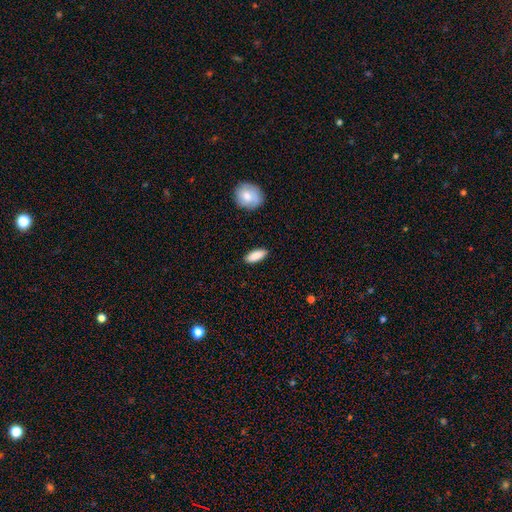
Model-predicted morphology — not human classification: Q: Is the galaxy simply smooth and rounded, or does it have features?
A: smooth — 88%.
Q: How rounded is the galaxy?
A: in between — 71%.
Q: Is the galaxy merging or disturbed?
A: none — 88%.